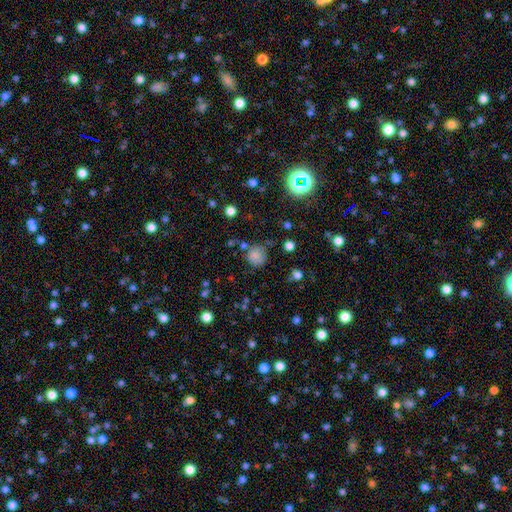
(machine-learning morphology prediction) smooth-or-featured: smooth: 79% | star or artifact: 15% | featured or disk: 6%
  how-rounded: round: 90% | in between: 9% | cigar-shaped: 1%
  merging: none: 72% | minor disturbance: 16% | merger: 7% | major disturbance: 5%